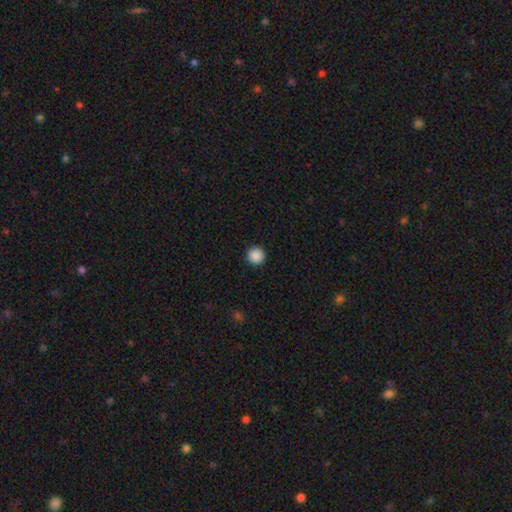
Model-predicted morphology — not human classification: A smooth galaxy with no disk features (88%) that is round (96%).

Vote fractions:
- Smooth or featured? smooth: 88% / star or artifact: 9% / featured or disk: 2%
- How rounded? round: 96% / in between: 3% / cigar-shaped: 1%
- Merging? none: 93% / minor disturbance: 4% / major disturbance: 2% / merger: 1%